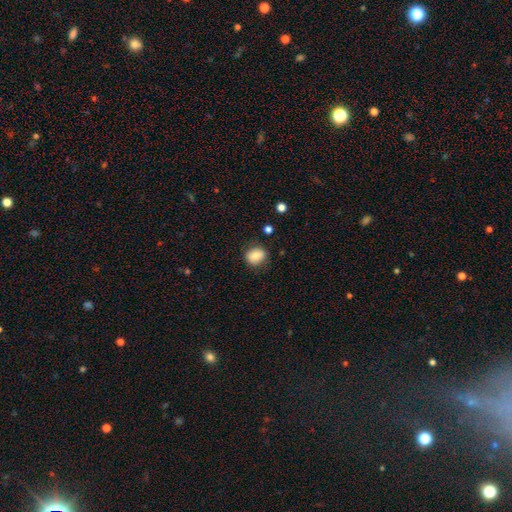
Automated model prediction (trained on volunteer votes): Smooth or featured? smooth (82%)
How rounded? round (67%)
Merging? none (84%)